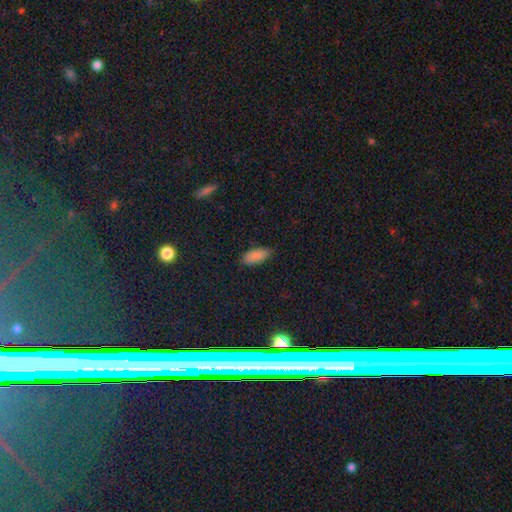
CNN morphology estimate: A smooth galaxy with no disk features (86%) that is in between round and cigar-shaped (85%). Merging: none (80%).